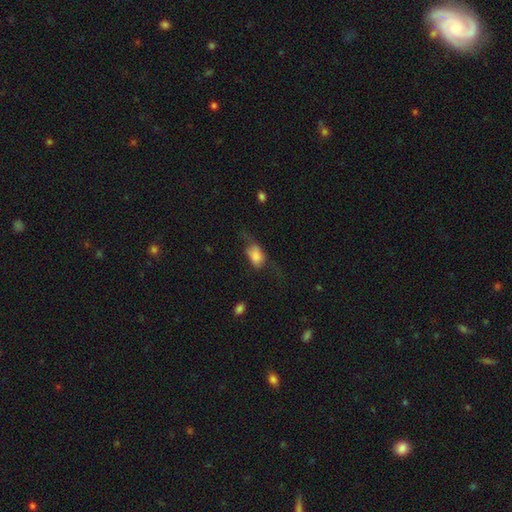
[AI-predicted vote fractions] Smooth or featured?
  - smooth: 70% *
  - featured or disk: 21%
  - star or artifact: 8%
How rounded?
  - in between: 83% *
  - round: 13%
  - cigar-shaped: 4%
Merging?
  - major disturbance: 36% *
  - none: 33%
  - minor disturbance: 28%
  - merger: 3%